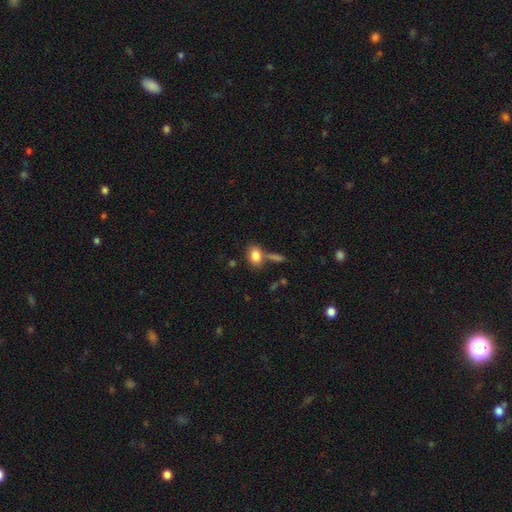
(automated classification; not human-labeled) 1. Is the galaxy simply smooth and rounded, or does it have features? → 84% smooth, 9% star or artifact, 8% featured or disk.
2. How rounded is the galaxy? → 77% in between, 21% round, 2% cigar-shaped.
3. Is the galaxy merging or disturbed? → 58% none, 23% merger, 14% minor disturbance, 5% major disturbance.